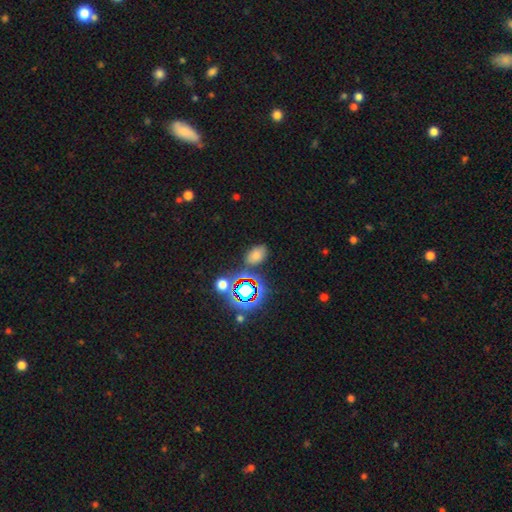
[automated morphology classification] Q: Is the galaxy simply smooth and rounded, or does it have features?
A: smooth — 64%.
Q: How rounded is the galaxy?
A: in between — 85%.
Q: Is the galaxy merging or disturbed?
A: none — 71%.